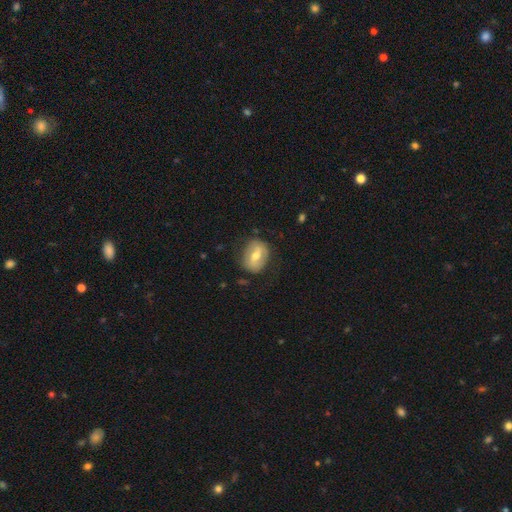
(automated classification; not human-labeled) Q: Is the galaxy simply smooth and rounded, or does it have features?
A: smooth — 50%.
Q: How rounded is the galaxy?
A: in between — 63%.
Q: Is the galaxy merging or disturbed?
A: none — 76%.